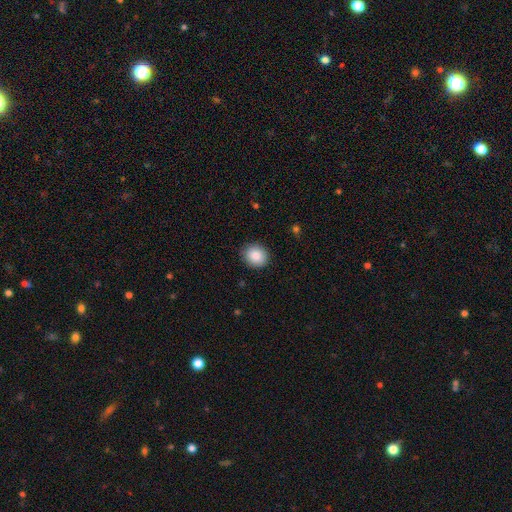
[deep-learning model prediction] Smooth or featured: smooth — 87% (star or artifact — 8%)
How rounded: round — 73% (in between — 26%)
Merging: none — 89% (minor disturbance — 8%)